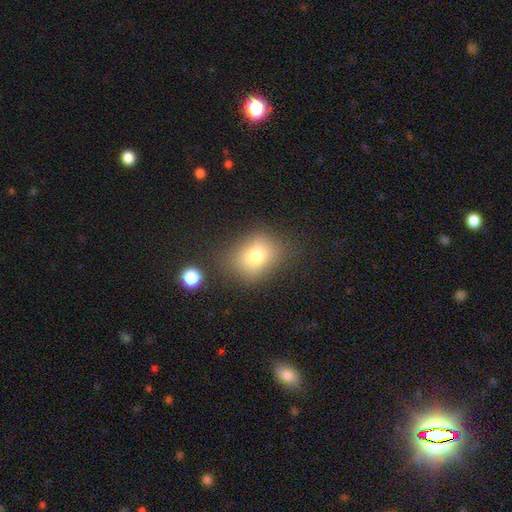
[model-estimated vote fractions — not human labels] Smooth or featured: smooth — 74% (star or artifact — 13%)
How rounded: round — 51% (in between — 47%)
Merging: none — 71% (minor disturbance — 17%)